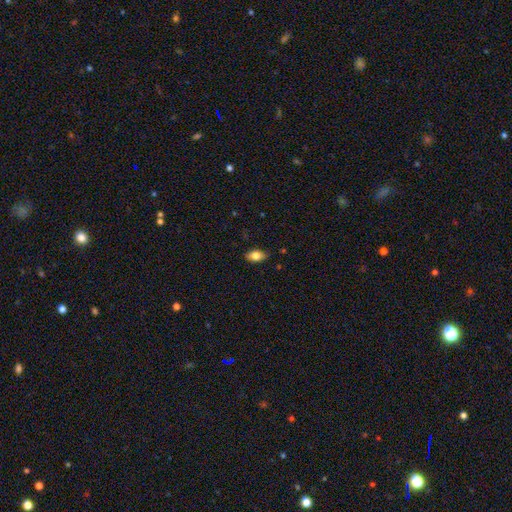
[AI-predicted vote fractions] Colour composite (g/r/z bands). It shows a smooth galaxy with no disk features (79%) that is in between round and cigar-shaped (90%). Merging: none (84%).